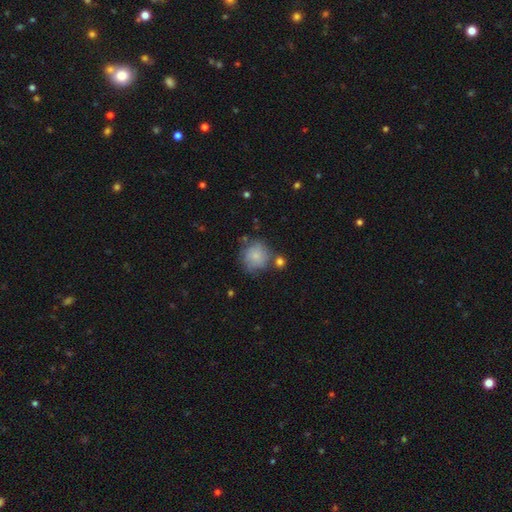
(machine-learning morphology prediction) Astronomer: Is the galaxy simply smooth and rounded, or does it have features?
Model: smooth — 72%.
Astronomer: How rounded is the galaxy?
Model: round — 85%.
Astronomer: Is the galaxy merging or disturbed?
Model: none — 56%.